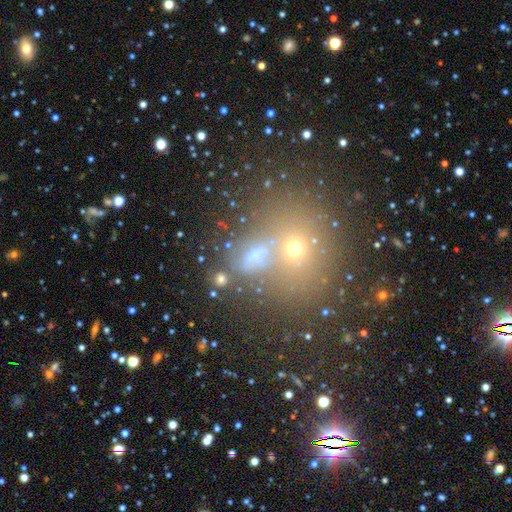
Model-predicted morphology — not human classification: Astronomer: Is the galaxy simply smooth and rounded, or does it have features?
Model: smooth — 45% (runner-up: star or artifact, 35%).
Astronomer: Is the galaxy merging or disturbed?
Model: none — 45% (runner-up: merger, 30%).